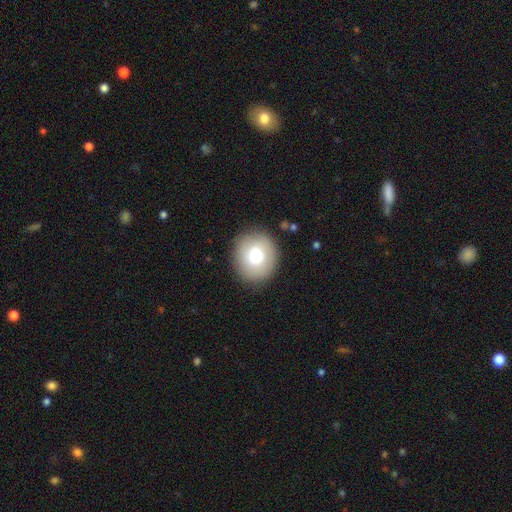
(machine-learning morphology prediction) Smooth or featured? smooth (77%)
How rounded? round (83%)
Merging? none (87%)